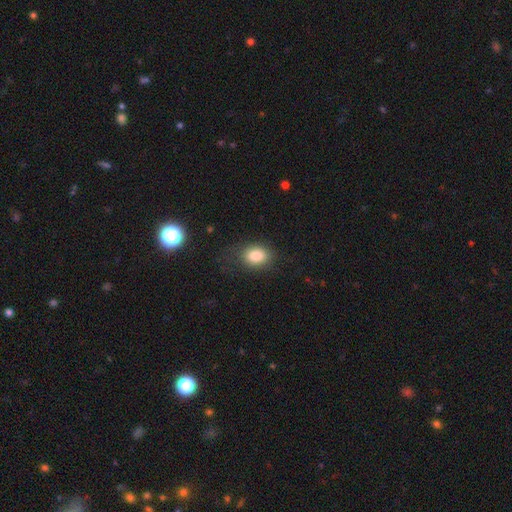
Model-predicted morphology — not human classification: A smooth galaxy with no disk features (84%) that is in between round and cigar-shaped (70%).

Vote fractions:
- Smooth or featured? smooth: 84% / star or artifact: 9% / featured or disk: 7%
- How rounded? in between: 70% / round: 28% / cigar-shaped: 1%
- Merging? none: 70% / minor disturbance: 19% / major disturbance: 10% / merger: 2%